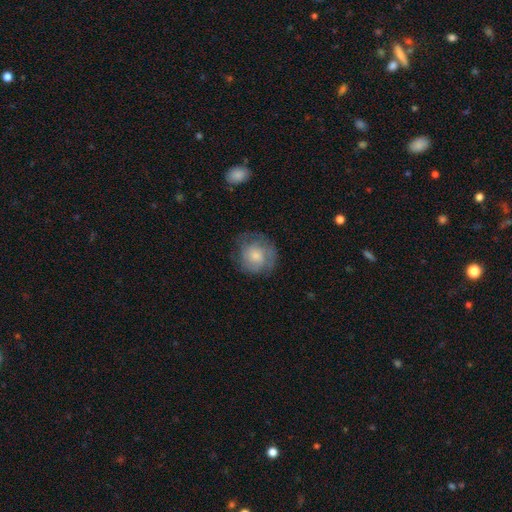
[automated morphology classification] Overall: smooth (55%; featured or disk 37%). How rounded: round (86%). Merging: none (68%).